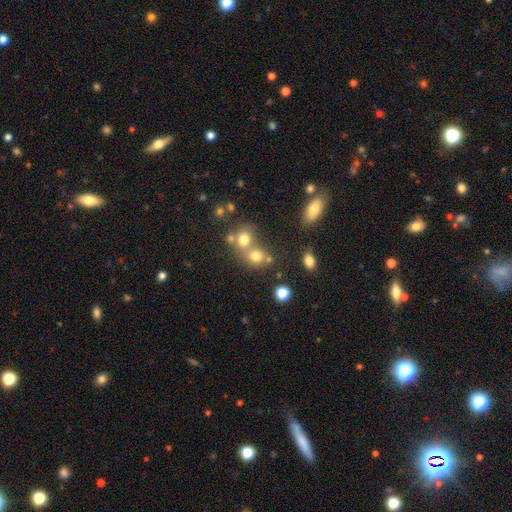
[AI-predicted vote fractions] A smooth galaxy with no disk features (68%) that is round (75%). Merging: merger (48%).